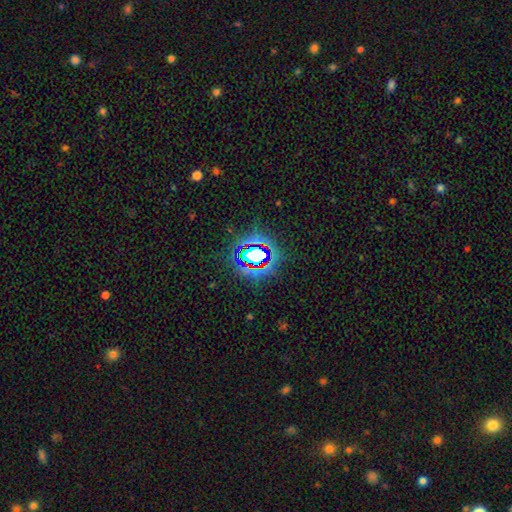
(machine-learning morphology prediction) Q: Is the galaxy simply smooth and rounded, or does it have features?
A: star or artifact — 70%.